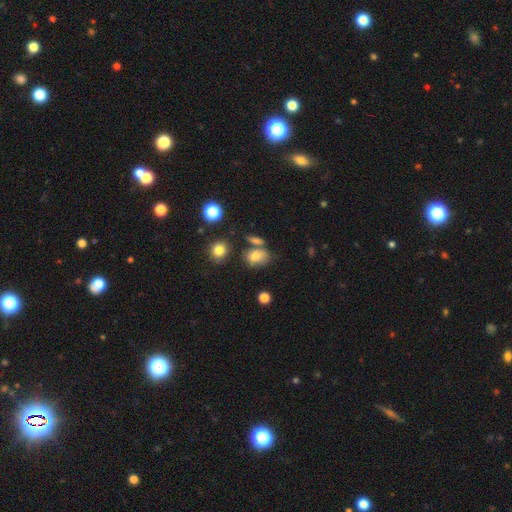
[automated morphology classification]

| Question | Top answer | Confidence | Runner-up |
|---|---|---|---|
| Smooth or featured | smooth | 78% | star or artifact (12%) |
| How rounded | in between | 70% | round (28%) |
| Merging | none | 58% | merger (19%) |